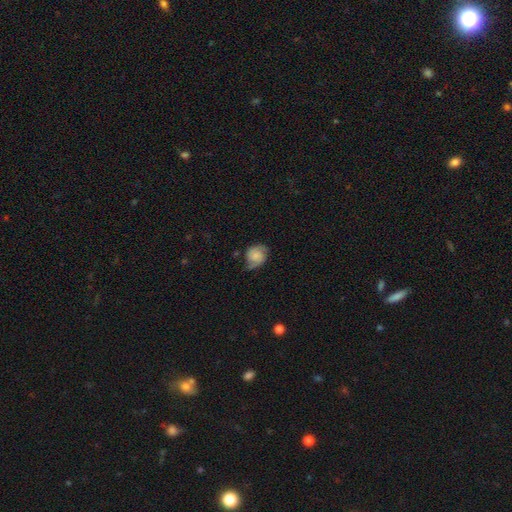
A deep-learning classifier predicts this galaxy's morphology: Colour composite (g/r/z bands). It shows a featured or disk galaxy (50%). Merging: none (56%).